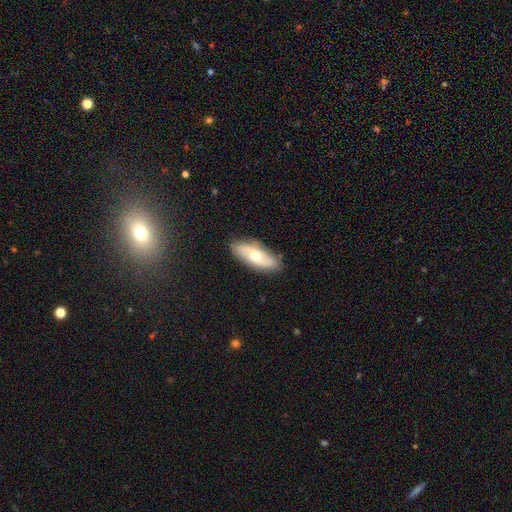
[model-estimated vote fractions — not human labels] smooth 50%, featured or disk 44%, star or artifact 6%. Down the decision tree: how rounded — in between (75%); merging — none (83%).